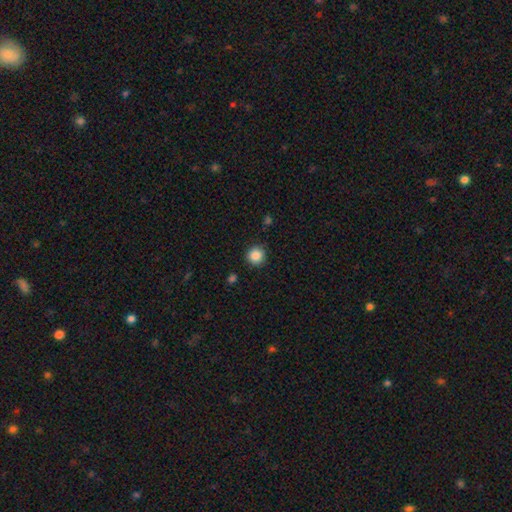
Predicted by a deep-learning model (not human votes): A smooth galaxy with no disk features (87%) that is round (94%). Merging: none (88%).